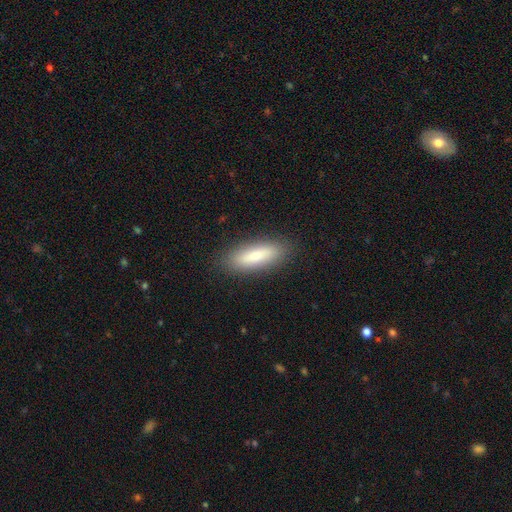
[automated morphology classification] smooth_or_featured: smooth (p=0.77) [alt: featured or disk p=0.17]
how_rounded: in between (p=0.53) [alt: cigar-shaped p=0.45]
merging: none (p=0.88) [alt: minor disturbance p=0.09]